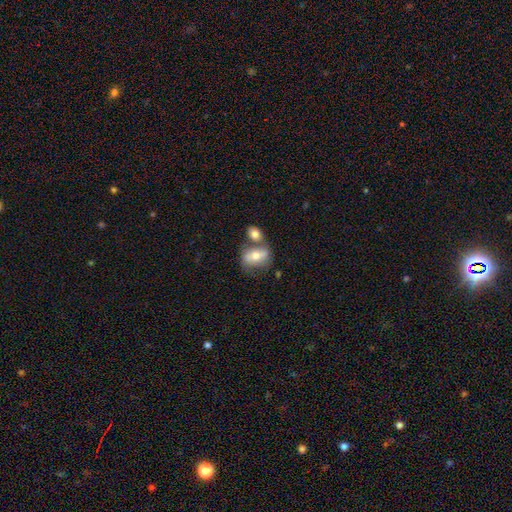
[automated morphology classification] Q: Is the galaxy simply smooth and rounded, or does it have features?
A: smooth — 60%.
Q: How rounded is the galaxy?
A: in between — 75%.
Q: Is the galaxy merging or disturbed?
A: merger — 42%.